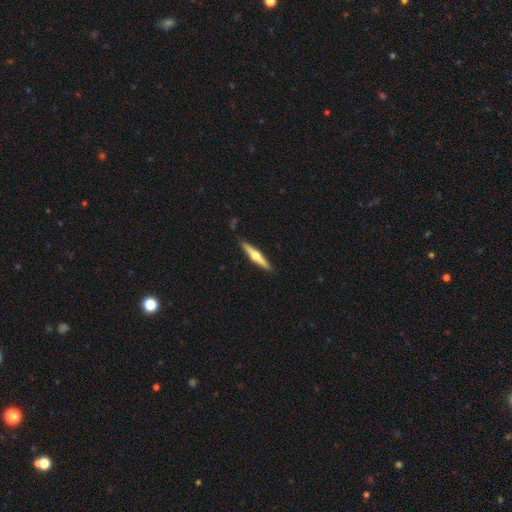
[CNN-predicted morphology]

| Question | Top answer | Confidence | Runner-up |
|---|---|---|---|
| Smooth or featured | featured or disk | 69% | smooth (27%) |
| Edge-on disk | yes | 98% | no (2%) |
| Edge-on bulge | rounded | 95% | none (3%) |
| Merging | none | 90% | minor disturbance (7%) |